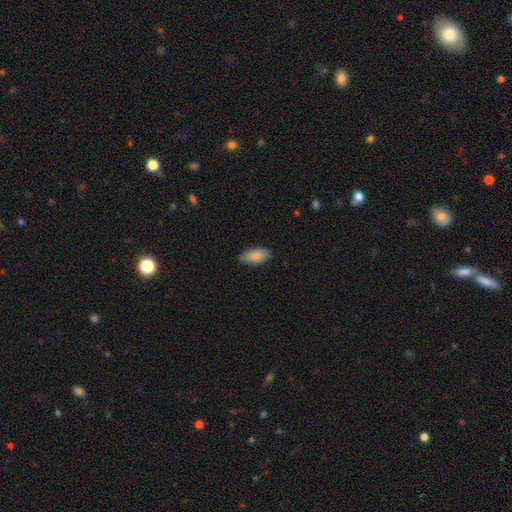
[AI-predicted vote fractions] Smooth or featured: smooth — 86% (featured or disk — 8%)
How rounded: in between — 91% (cigar-shaped — 7%)
Merging: none — 79% (minor disturbance — 17%)